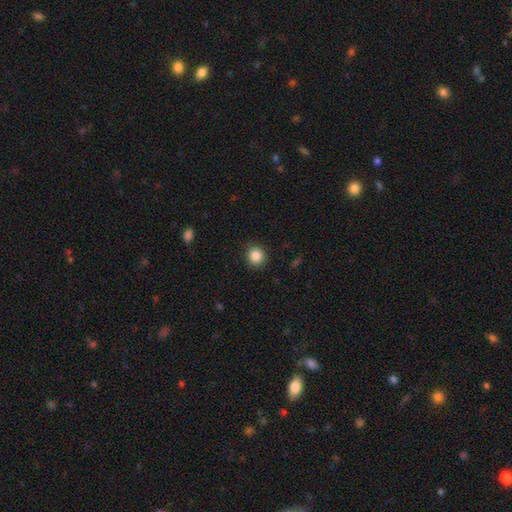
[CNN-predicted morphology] Smooth or featured?
  - smooth: 86% *
  - star or artifact: 10%
  - featured or disk: 4%
How rounded?
  - round: 87% *
  - in between: 12%
  - cigar-shaped: 1%
Merging?
  - none: 87% *
  - minor disturbance: 9%
  - major disturbance: 2%
  - merger: 1%